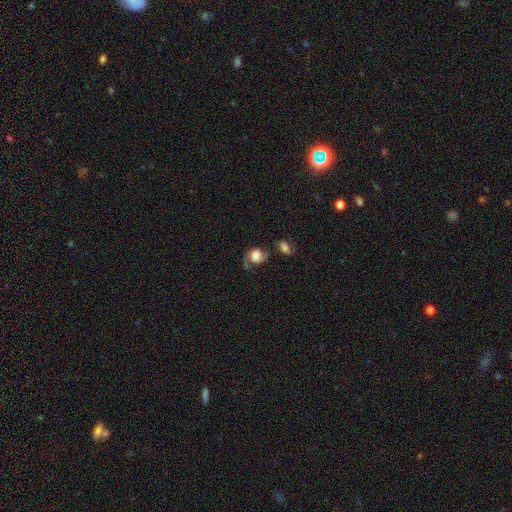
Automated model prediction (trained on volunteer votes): Smooth or featured?
  - featured or disk: 68% *
  - smooth: 23%
  - star or artifact: 8%
Edge-on disk?
  - no: 97% *
  - yes: 3%
Bar?
  - no: 63% *
  - weak: 29%
  - strong: 8%
Spiral arms?
  - yes: 91% *
  - no: 9%
Spiral winding?
  - medium: 46% *
  - loose: 36%
  - tight: 18%
Spiral arm count?
  - 2: 78% *
  - 1: 15%
  - can't tell: 4%
  - 3: 1%
  - 4: 1%
  - more than 4: 1%
Bulge size?
  - large: 51% *
  - moderate: 22%
  - dominant: 13%
  - none: 7%
  - small: 7%
Merging?
  - none: 46% *
  - minor disturbance: 19%
  - major disturbance: 19%
  - merger: 16%